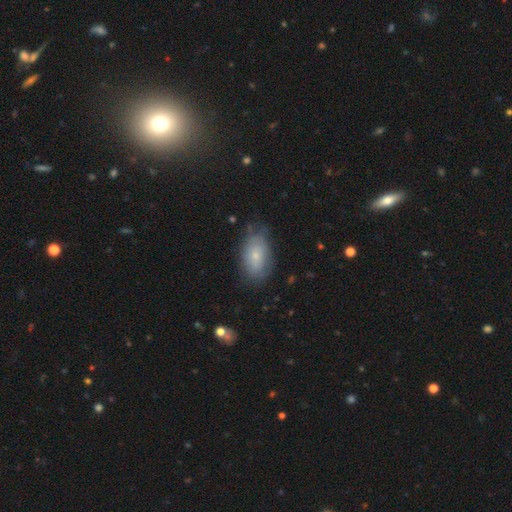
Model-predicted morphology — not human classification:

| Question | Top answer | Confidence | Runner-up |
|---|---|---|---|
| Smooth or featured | smooth | 67% | featured or disk (25%) |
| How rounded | in between | 91% | round (6%) |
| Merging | none | 72% | minor disturbance (21%) |